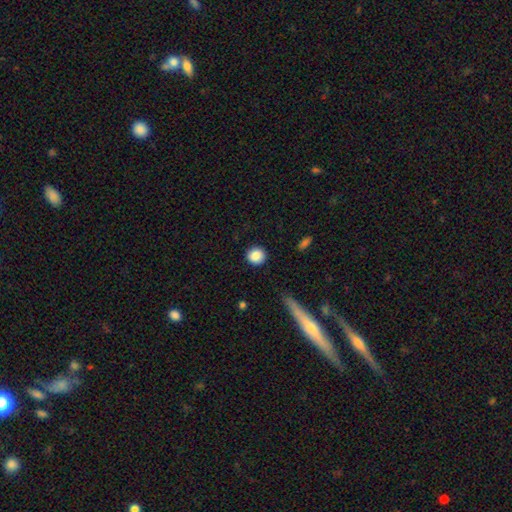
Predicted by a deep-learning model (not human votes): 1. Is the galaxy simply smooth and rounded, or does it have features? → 86% smooth, 8% star or artifact, 5% featured or disk.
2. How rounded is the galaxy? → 91% round, 8% in between, 1% cigar-shaped.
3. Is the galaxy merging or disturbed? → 89% none, 7% minor disturbance, 2% major disturbance, 1% merger.